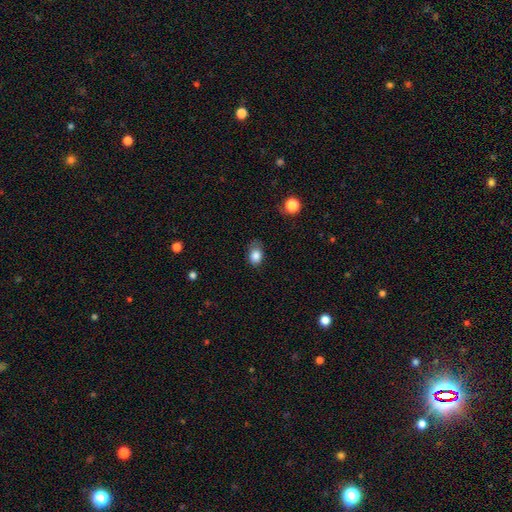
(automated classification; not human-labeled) Overall: smooth (84%). How rounded: in between (67%; round 32%). Merging: none (61%; minor disturbance 28%).